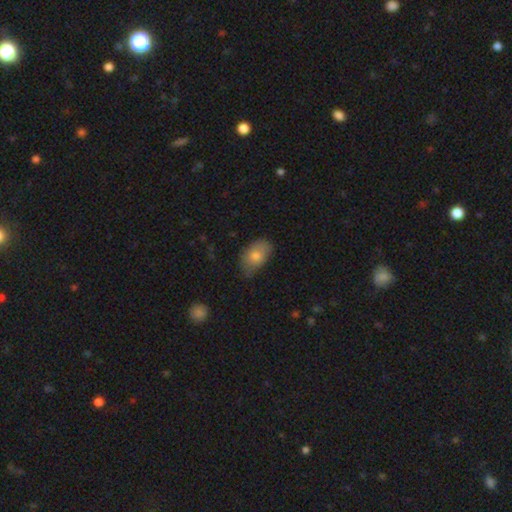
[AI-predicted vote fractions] Overall: smooth (77%). How rounded: in between (88%). Merging: none (62%; minor disturbance 31%).